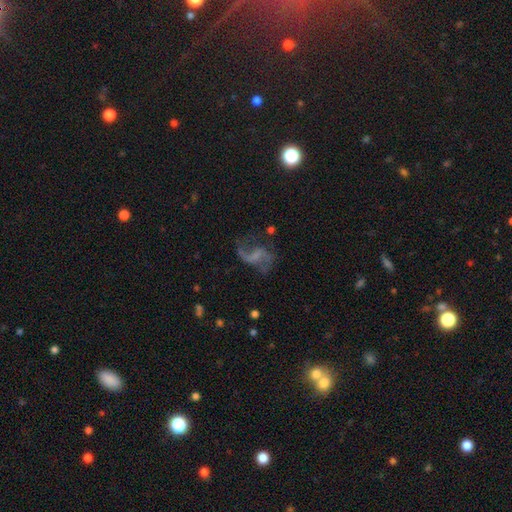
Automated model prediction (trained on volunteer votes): A featured or disk galaxy (72%) with a weak bar (42%), 2 (77%) loose (76%) spiral arms (84%) and no central bulge (62%). Merging: none (48%).